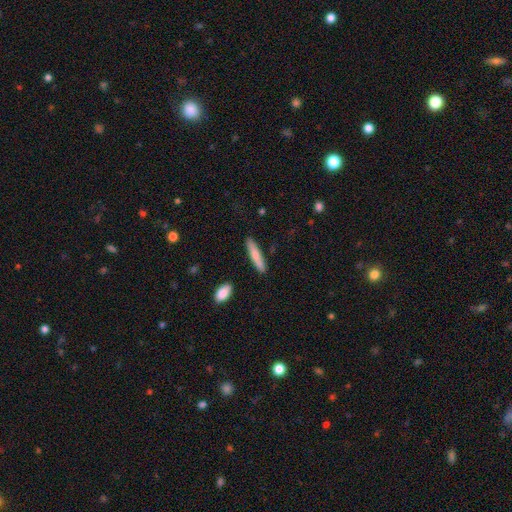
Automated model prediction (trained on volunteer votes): smooth 71%, featured or disk 23%, star or artifact 6%. Down the decision tree: how rounded — cigar-shaped (88%); merging — none (87%).